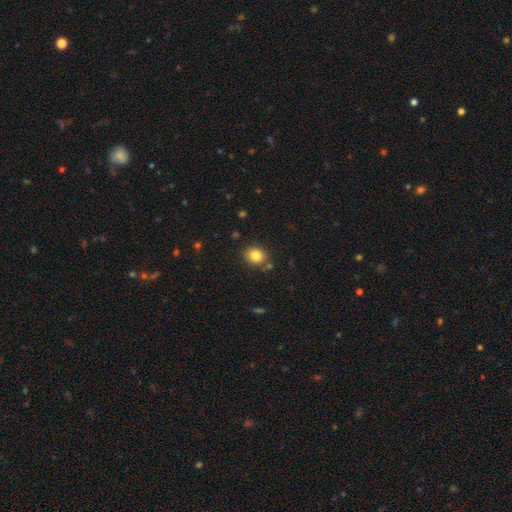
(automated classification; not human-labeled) Morphology: type=smooth (82%); roundness=round (66%); merging=none (82%).